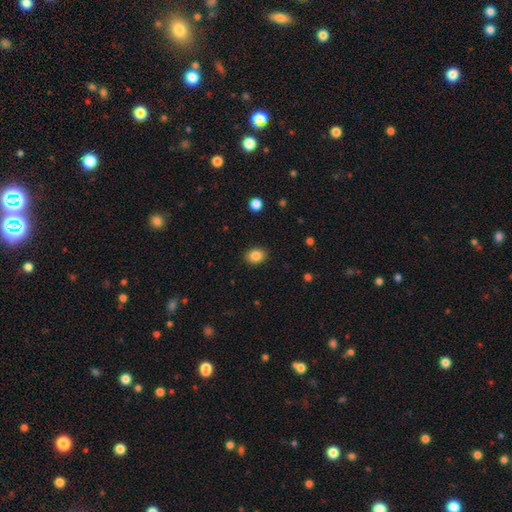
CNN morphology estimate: Overall: smooth (86%). How rounded: in between (57%; round 42%). Merging: none (89%).